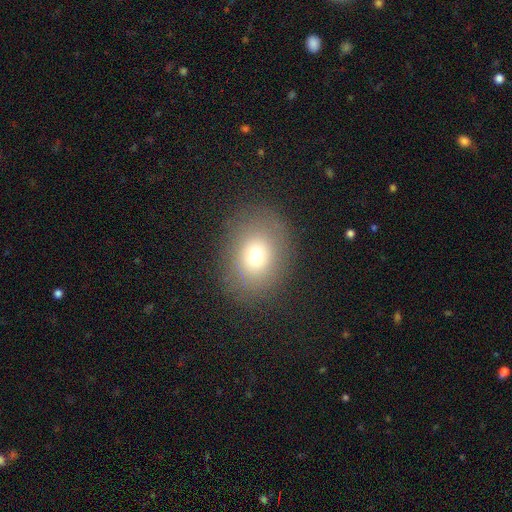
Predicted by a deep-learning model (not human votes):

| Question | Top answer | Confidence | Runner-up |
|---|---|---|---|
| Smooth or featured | smooth | 70% | star or artifact (16%) |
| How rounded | in between | 51% | round (48%) |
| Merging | none | 82% | minor disturbance (10%) |